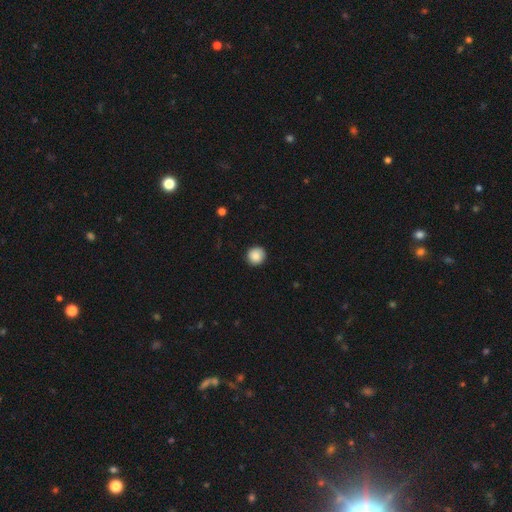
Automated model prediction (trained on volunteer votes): A smooth galaxy with no disk features (87%) that is round (93%). Merging: none (91%).